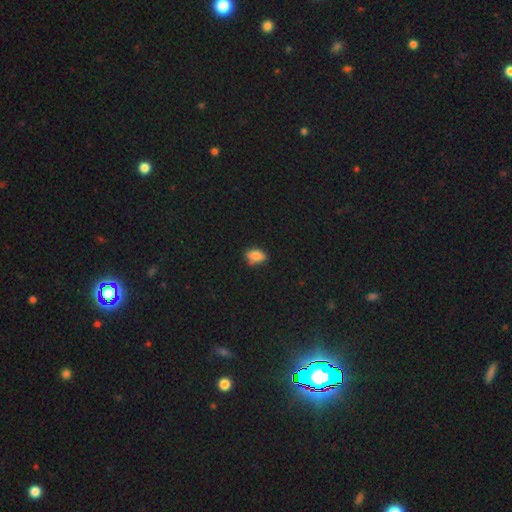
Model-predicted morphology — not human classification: Smooth or featured: smooth — 83% (star or artifact — 10%)
How rounded: in between — 85% (round — 10%)
Merging: none — 70% (minor disturbance — 23%)